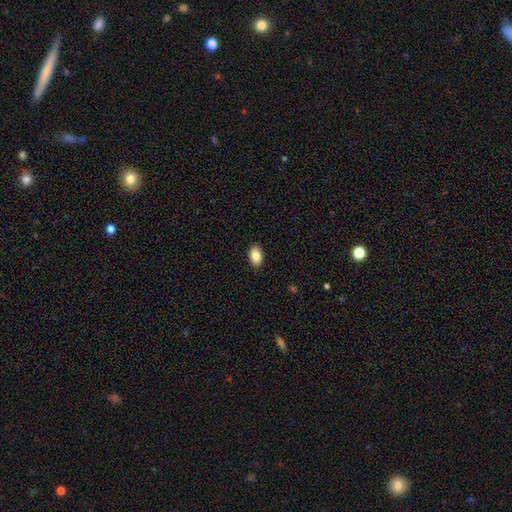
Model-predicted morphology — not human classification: type=smooth (85%); roundness=in between (92%); merging=none (89%).